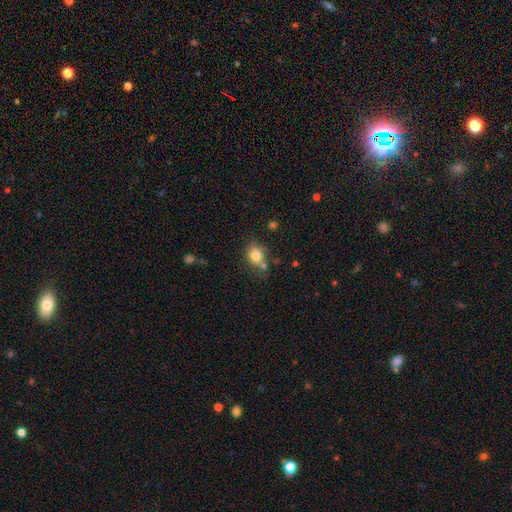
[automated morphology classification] This appears to be a smooth galaxy with no disk features (80%) that is round (66%). Merging: none (60%).